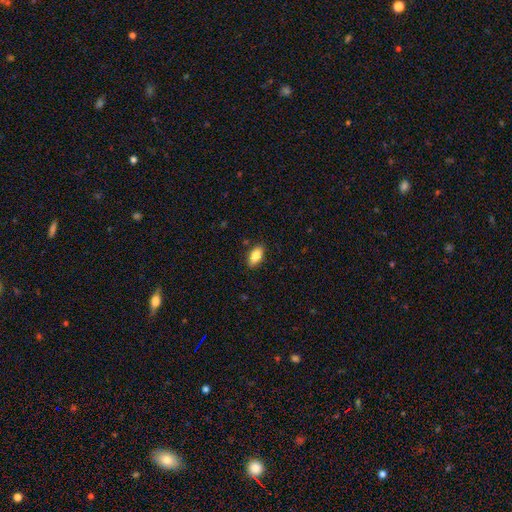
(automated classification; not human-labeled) smooth_or_featured: smooth (p=0.85) [alt: featured or disk p=0.08]
how_rounded: in between (p=0.90) [alt: cigar-shaped p=0.06]
merging: none (p=0.86) [alt: minor disturbance p=0.10]